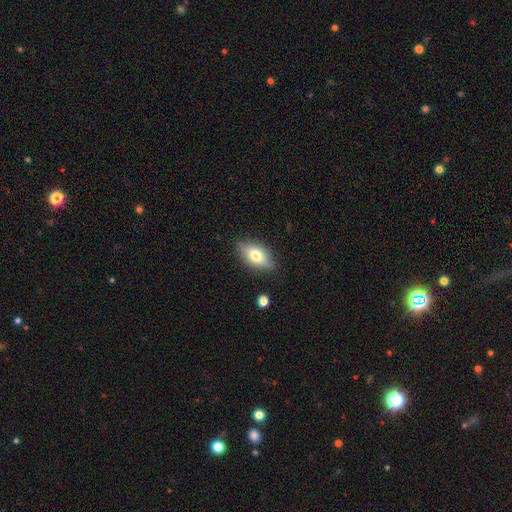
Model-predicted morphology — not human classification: Q: Smooth or featured?
A: smooth (69%); runner-up: featured or disk (23%)
Q: How rounded?
A: in between (85%); runner-up: cigar-shaped (8%)
Q: Merging?
A: none (83%); runner-up: minor disturbance (13%)